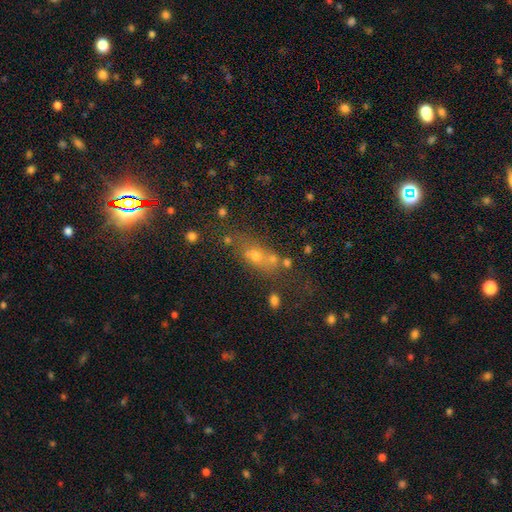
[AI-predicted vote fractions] This is possibly a smooth galaxy (52%). How rounded: possibly in between (55%). Merging: possibly none (47%).